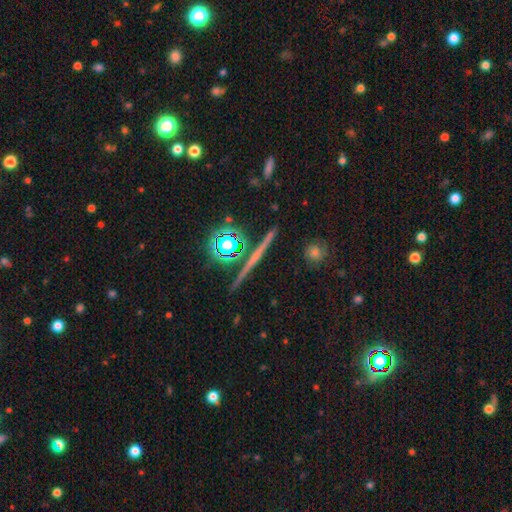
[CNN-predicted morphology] The model was most divided on "smooth or featured": featured or disk: 42%, star or artifact: 37%, smooth: 22%. More confident: merging — none (90%).